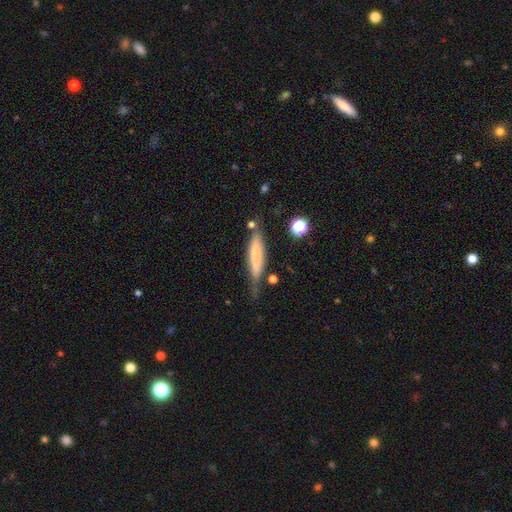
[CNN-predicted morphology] This is likely a smooth galaxy (67%). How rounded: likely cigar-shaped (79%). Merging: possibly none (56%).